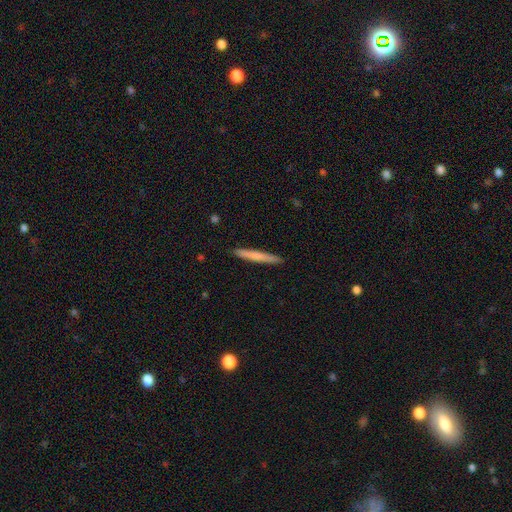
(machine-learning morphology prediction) This appears to be a smooth galaxy with no disk features (68%) that is cigar-shaped (96%). Merging: none (92%).